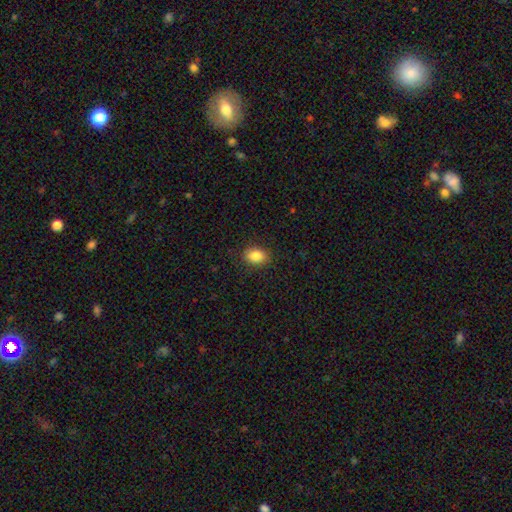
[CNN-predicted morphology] smooth 86%, star or artifact 9%, featured or disk 5%. Down the decision tree: how rounded — in between (75%); merging — none (88%).